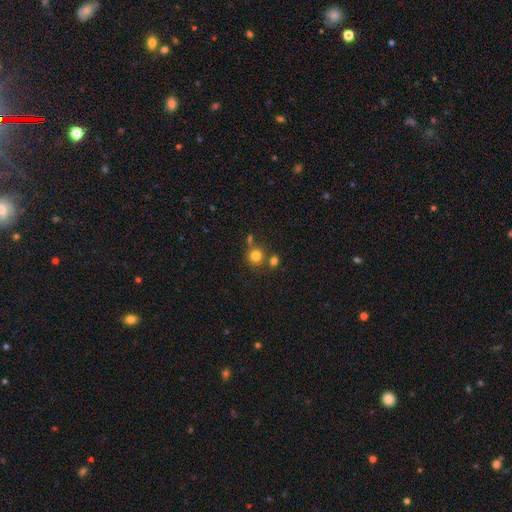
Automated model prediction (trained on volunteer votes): smooth 79%, star or artifact 13%, featured or disk 8%. Down the decision tree: how rounded — round (91%); merging — none (65%).